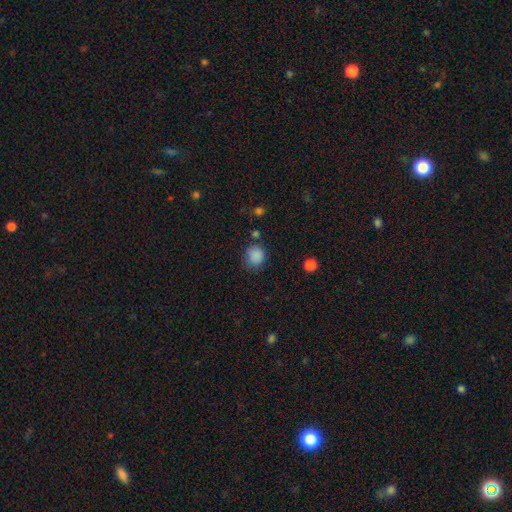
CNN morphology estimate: Q: Smooth or featured?
A: smooth (86%); runner-up: star or artifact (11%)
Q: How rounded?
A: round (81%); runner-up: in between (18%)
Q: Merging?
A: none (77%); runner-up: minor disturbance (15%)